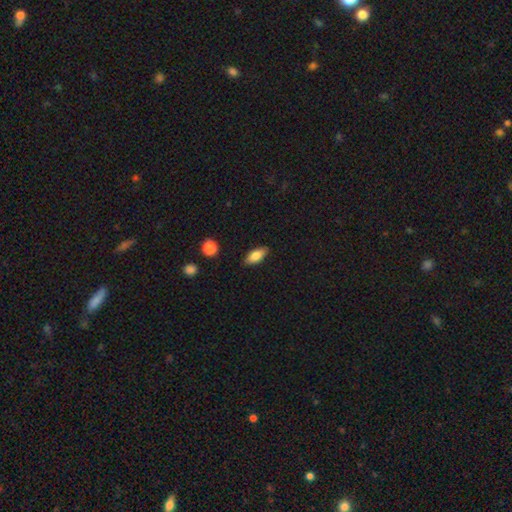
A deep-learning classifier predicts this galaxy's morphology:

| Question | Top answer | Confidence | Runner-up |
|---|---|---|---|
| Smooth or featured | smooth | 82% | featured or disk (11%) |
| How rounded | in between | 84% | cigar-shaped (13%) |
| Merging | none | 85% | minor disturbance (11%) |